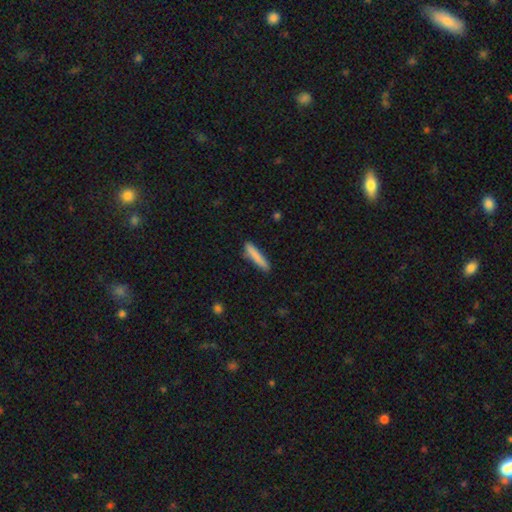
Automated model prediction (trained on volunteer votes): smooth-or-featured: smooth: 82% | featured or disk: 12% | star or artifact: 6%
  how-rounded: cigar-shaped: 91% | in between: 8% | round: 1%
  merging: none: 84% | minor disturbance: 12% | major disturbance: 2% | merger: 2%